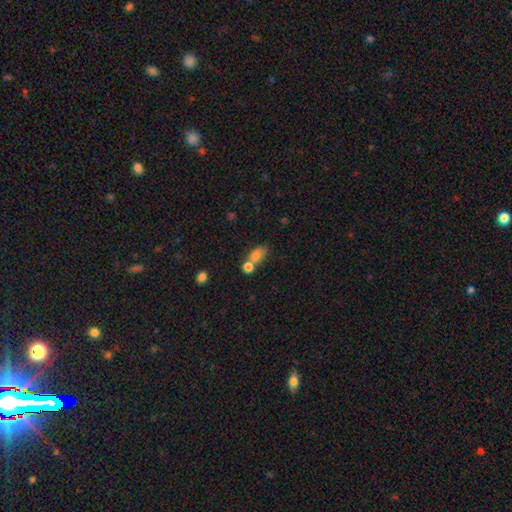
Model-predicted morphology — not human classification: Q: Smooth or featured?
A: smooth (78%); runner-up: featured or disk (11%)
Q: How rounded?
A: in between (74%); runner-up: round (20%)
Q: Merging?
A: merger (47%); runner-up: none (36%)